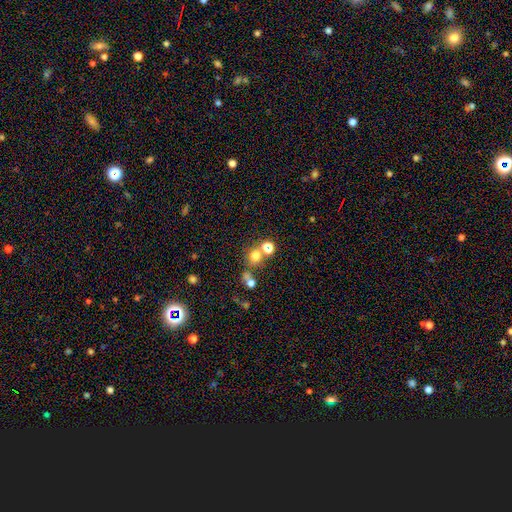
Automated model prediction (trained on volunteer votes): smooth 68%, star or artifact 22%, featured or disk 11%. Down the decision tree: how rounded — round (79%); merging — none (56%).